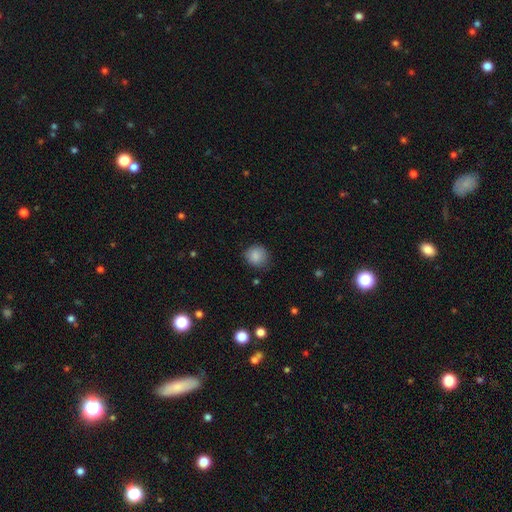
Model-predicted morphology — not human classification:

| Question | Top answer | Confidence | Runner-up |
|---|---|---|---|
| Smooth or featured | smooth | 86% | star or artifact (9%) |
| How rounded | round | 86% | in between (13%) |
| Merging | none | 76% | minor disturbance (19%) |